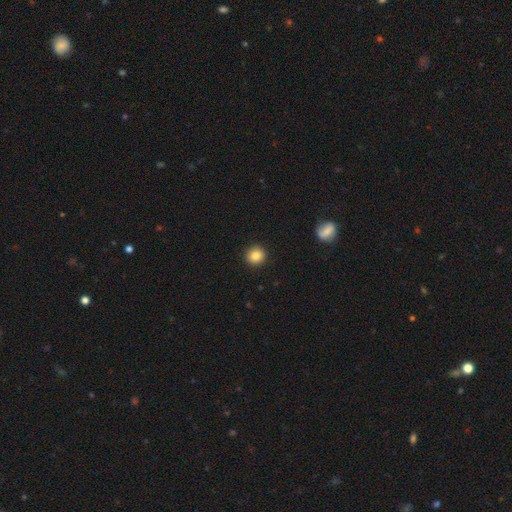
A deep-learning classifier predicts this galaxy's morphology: This appears to be a smooth galaxy with no disk features (85%) that is round (92%). Merging: none (92%).